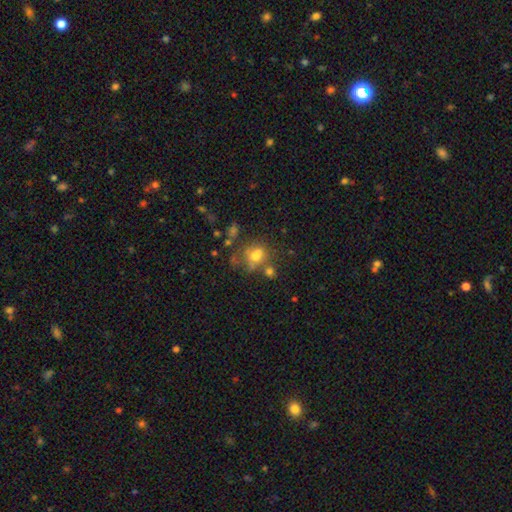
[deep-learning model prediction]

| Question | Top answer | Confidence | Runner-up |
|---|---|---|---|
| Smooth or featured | smooth | 63% | featured or disk (22%) |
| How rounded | round | 51% | in between (47%) |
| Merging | none | 41% | merger (25%) |